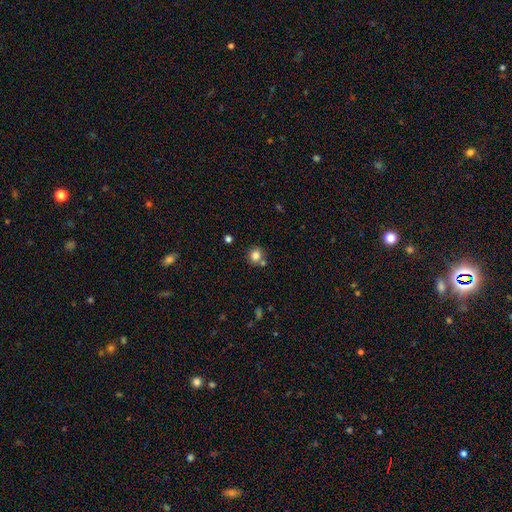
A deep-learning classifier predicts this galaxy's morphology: Smooth or featured? Predicted: smooth (p=0.80). How rounded? Predicted: round (p=0.82). Merging? Predicted: none (p=0.70).